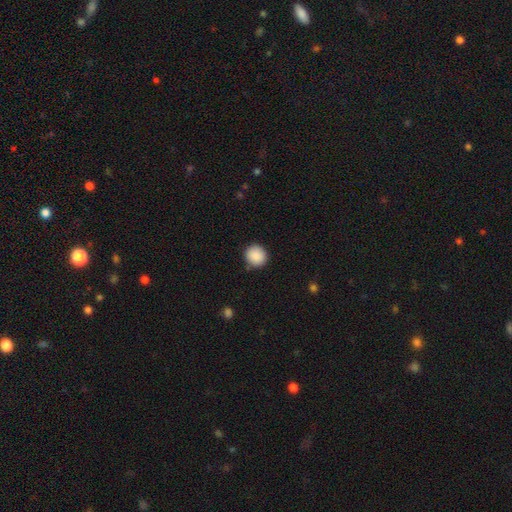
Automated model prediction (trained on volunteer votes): The model was most divided on "merging": none: 87%, minor disturbance: 9%, major disturbance: 2%, merger: 1%. More confident: smooth or featured — smooth (89%); how rounded — round (88%).